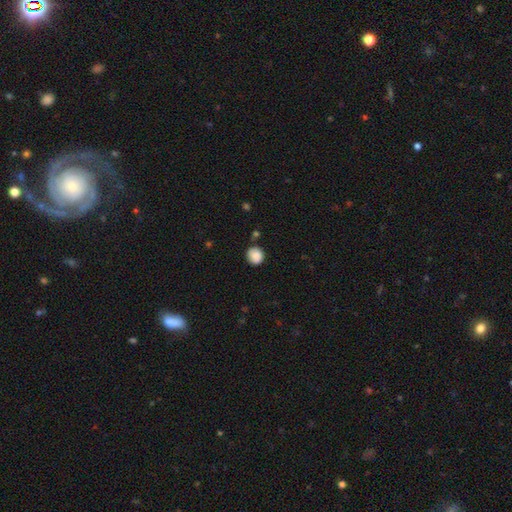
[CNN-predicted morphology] The model was most divided on "merging": none: 74%, minor disturbance: 18%, merger: 4%, major disturbance: 4%. More confident: how rounded — round (86%); smooth or featured — smooth (84%).